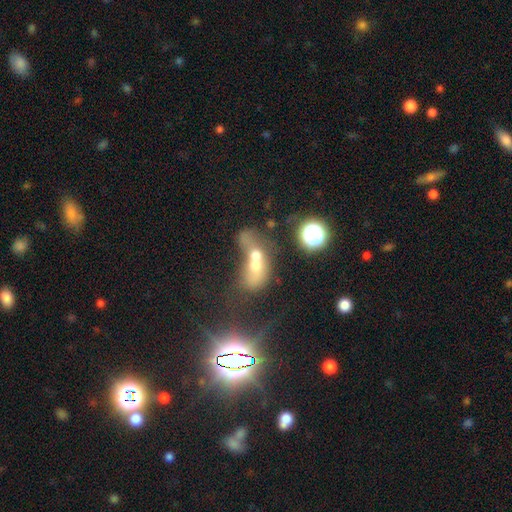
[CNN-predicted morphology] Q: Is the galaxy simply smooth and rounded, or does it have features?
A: star or artifact — 48%.